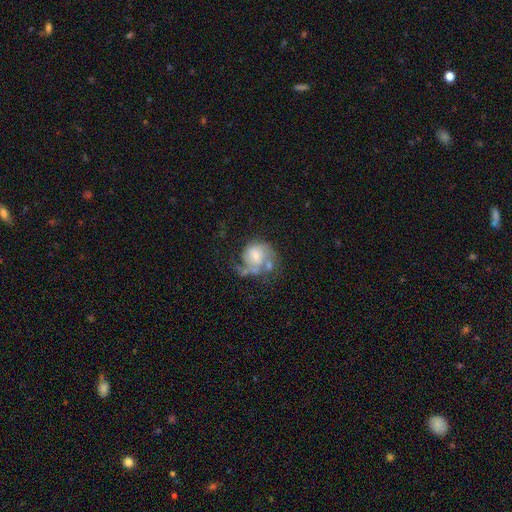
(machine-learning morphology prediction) Smooth or featured?
  - featured or disk: 66% *
  - smooth: 27%
  - star or artifact: 8%
Edge-on disk?
  - no: 98% *
  - yes: 2%
Bar?
  - no: 71% *
  - weak: 25%
  - strong: 4%
Spiral arms?
  - yes: 80% *
  - no: 20%
Spiral winding?
  - medium: 41% *
  - tight: 33%
  - loose: 26%
Spiral arm count?
  - 2: 42% *
  - can't tell: 23%
  - 1: 21%
  - 3: 9%
  - 4: 3%
  - more than 4: 3%
Bulge size?
  - small: 52% *
  - moderate: 38%
  - large: 4%
  - none: 4%
  - dominant: 1%
Merging?
  - none: 36% *
  - major disturbance: 28%
  - minor disturbance: 21%
  - merger: 15%